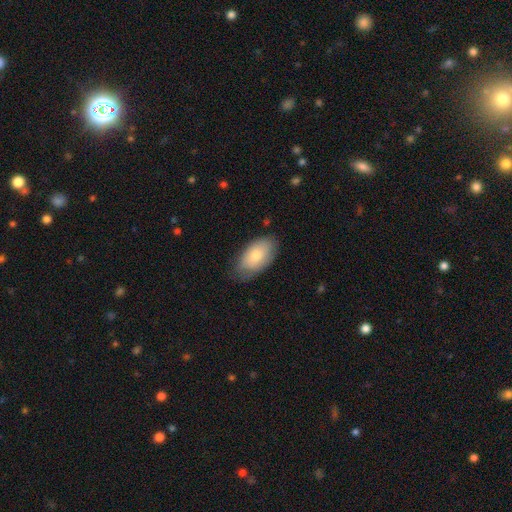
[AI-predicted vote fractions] Smooth or featured? smooth (78%)
How rounded? in between (94%)
Merging? none (71%)